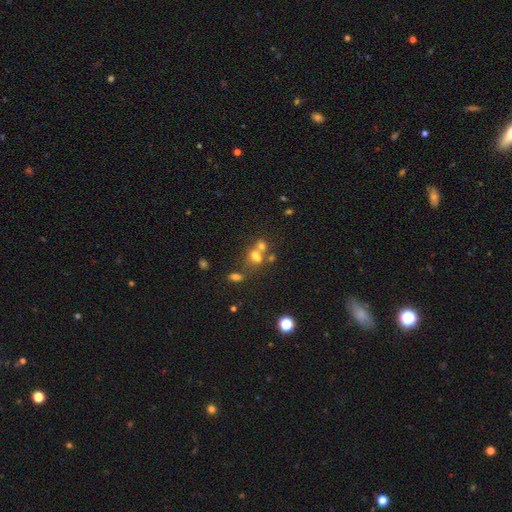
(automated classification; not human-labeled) This appears to be a smooth galaxy with no disk features (59%) that is round (60%). Merging: merger (50%).